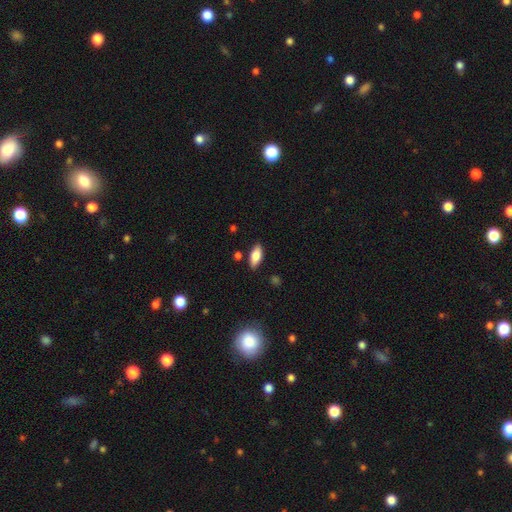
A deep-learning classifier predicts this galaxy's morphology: smooth-or-featured: smooth: 77% | featured or disk: 15% | star or artifact: 7%
  how-rounded: in between: 81% | cigar-shaped: 16% | round: 3%
  merging: none: 84% | minor disturbance: 11% | merger: 2% | major disturbance: 2%